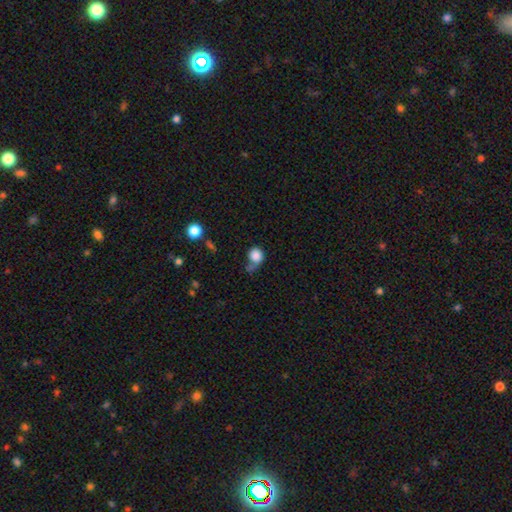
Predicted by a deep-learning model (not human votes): Smooth or featured?
  - smooth: 85% *
  - star or artifact: 9%
  - featured or disk: 6%
How rounded?
  - round: 79% *
  - in between: 20%
  - cigar-shaped: 1%
Merging?
  - none: 47% *
  - minor disturbance: 20%
  - merger: 20%
  - major disturbance: 13%